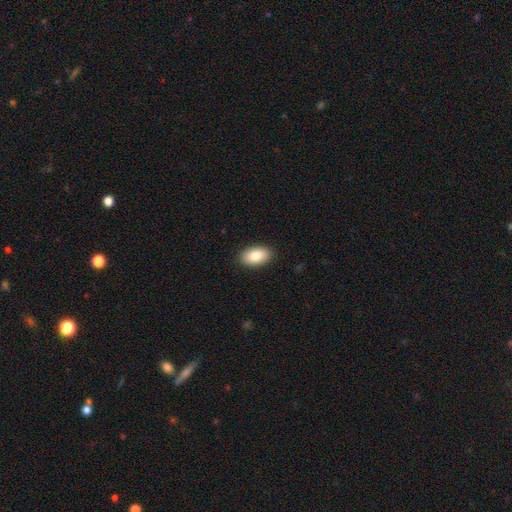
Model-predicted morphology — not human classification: Smooth or featured? smooth (85%)
How rounded? in between (93%)
Merging? none (90%)